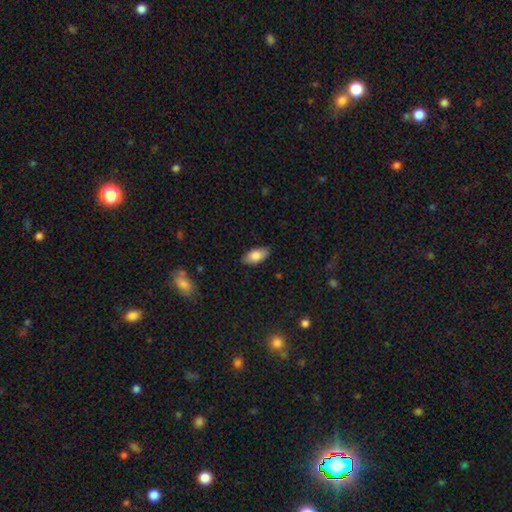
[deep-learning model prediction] Morphology: type=smooth (83%); roundness=in between (92%); merging=none (84%).